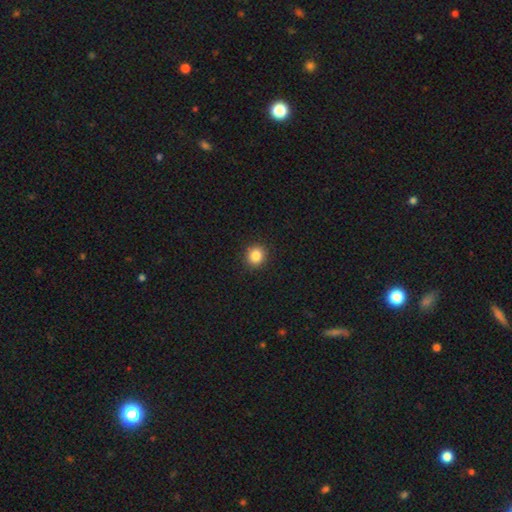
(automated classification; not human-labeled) Smooth or featured? smooth (84%)
How rounded? round (87%)
Merging? none (92%)